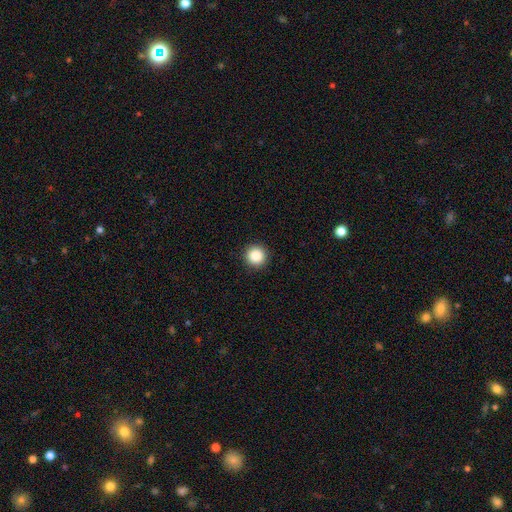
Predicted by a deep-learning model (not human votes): Q: Smooth or featured?
A: smooth (87%); runner-up: star or artifact (10%)
Q: How rounded?
A: round (96%); runner-up: in between (3%)
Q: Merging?
A: none (93%); runner-up: minor disturbance (5%)